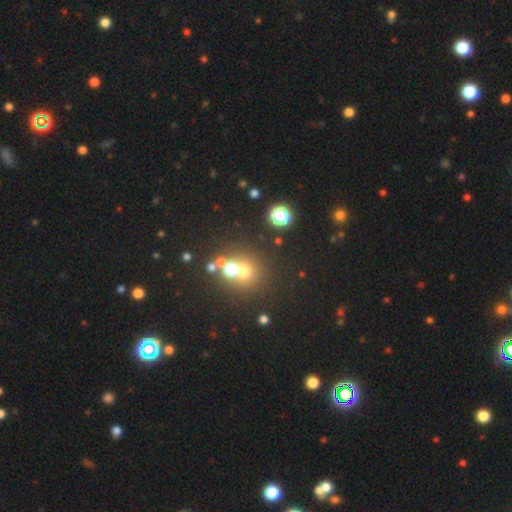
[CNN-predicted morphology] Smooth or featured? Predicted: star or artifact (p=0.46).